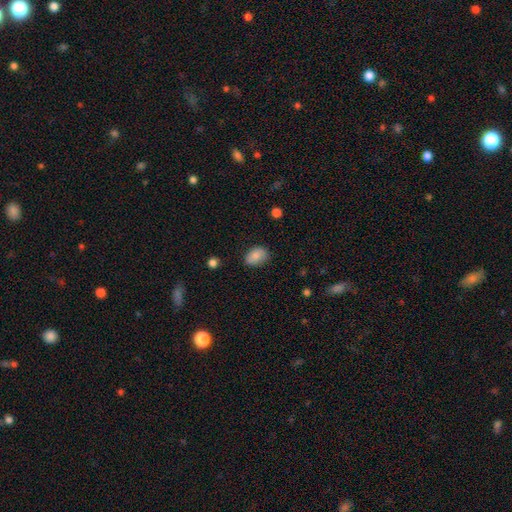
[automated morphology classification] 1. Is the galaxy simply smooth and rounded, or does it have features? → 84% smooth, 8% featured or disk, 8% star or artifact.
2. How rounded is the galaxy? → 82% in between, 17% round, 1% cigar-shaped.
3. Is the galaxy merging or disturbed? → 78% none, 18% minor disturbance, 3% major disturbance, 1% merger.